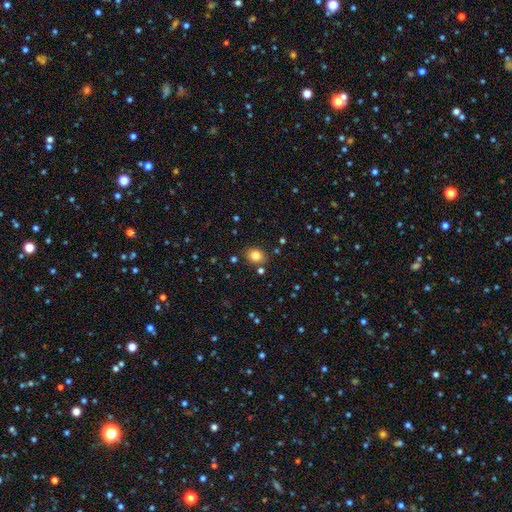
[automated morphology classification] smooth_or_featured: smooth (p=0.81) [alt: star or artifact p=0.12]
how_rounded: round (p=0.52) [alt: in between p=0.48]
merging: none (p=0.83) [alt: minor disturbance p=0.10]